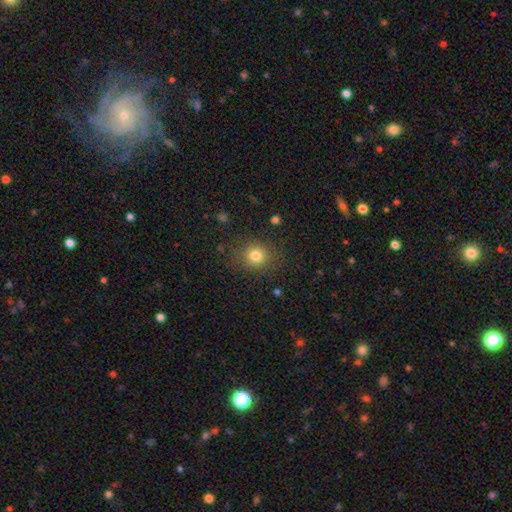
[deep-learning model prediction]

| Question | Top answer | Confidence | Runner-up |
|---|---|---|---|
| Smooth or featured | smooth | 79% | star or artifact (13%) |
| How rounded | round | 80% | in between (19%) |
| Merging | none | 83% | minor disturbance (11%) |